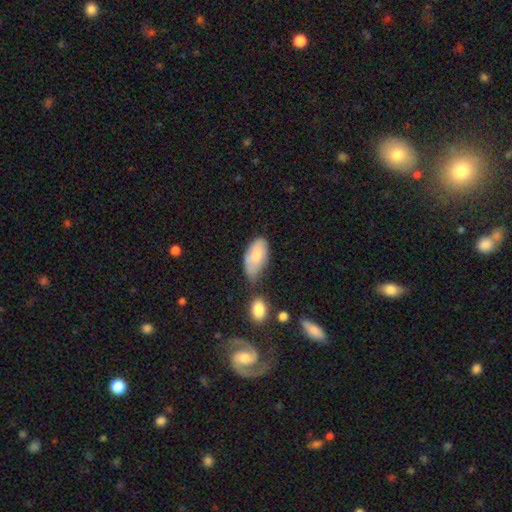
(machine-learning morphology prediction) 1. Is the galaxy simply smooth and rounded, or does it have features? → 80% smooth, 14% featured or disk, 6% star or artifact.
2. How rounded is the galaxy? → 93% in between, 4% cigar-shaped, 3% round.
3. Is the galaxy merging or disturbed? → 40% none, 35% minor disturbance, 15% merger, 11% major disturbance.